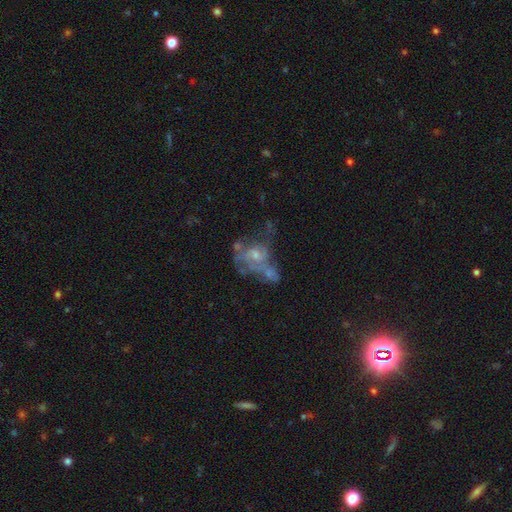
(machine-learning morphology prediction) A featured or disk galaxy (64%) with no bar (78%), spiral arms (52%) and a small central bulge (44%). Merging: merger (39%).